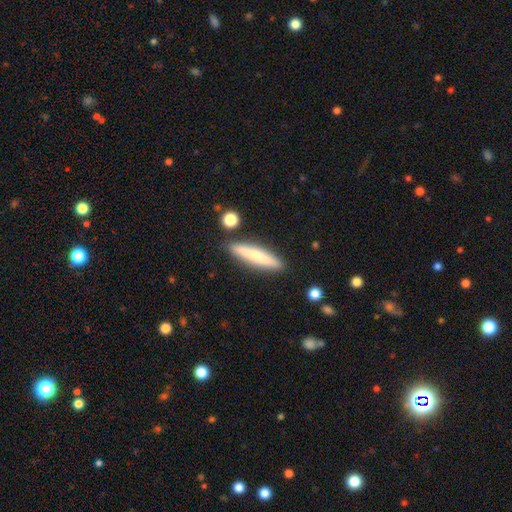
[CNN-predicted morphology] A smooth galaxy with no disk features (68%) that is cigar-shaped (87%).

Vote fractions:
- Smooth or featured? smooth: 68% / featured or disk: 25% / star or artifact: 6%
- How rounded? cigar-shaped: 87% / in between: 11% / round: 1%
- Merging? none: 87% / minor disturbance: 8% / merger: 3% / major disturbance: 2%